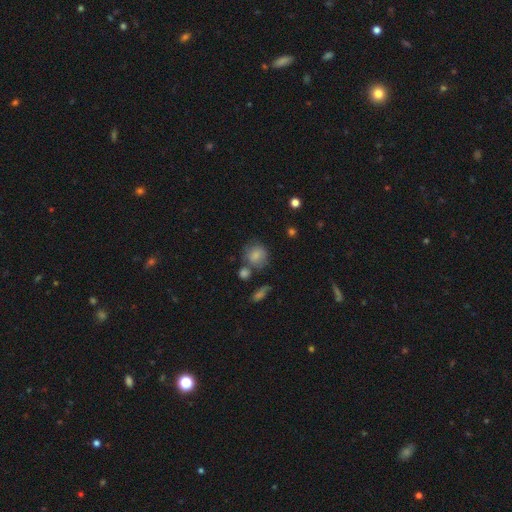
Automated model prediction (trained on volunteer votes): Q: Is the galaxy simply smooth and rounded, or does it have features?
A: smooth — 78%.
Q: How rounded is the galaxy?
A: round — 72%.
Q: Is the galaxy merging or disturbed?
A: none — 52%.